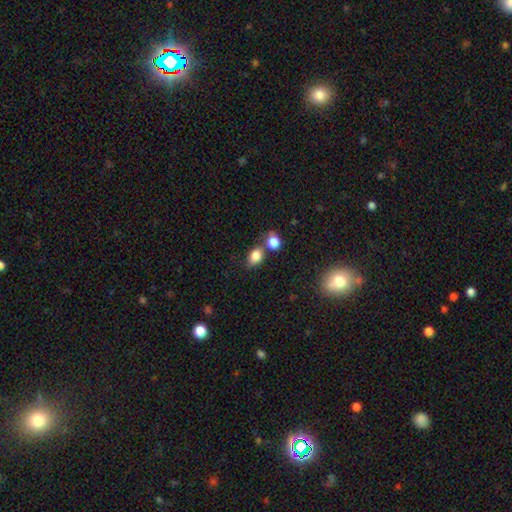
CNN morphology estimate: Overall: smooth (83%). How rounded: in between (70%). Merging: none (55%; merger 27%).